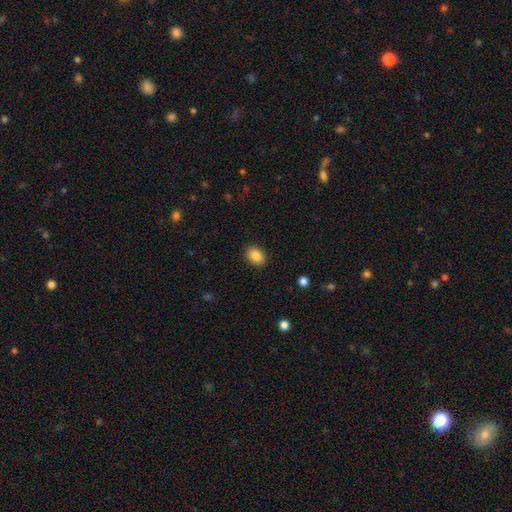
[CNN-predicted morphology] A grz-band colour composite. It shows a smooth galaxy with no disk features (87%) that is in between round and cigar-shaped (62%). Merging: none (90%).